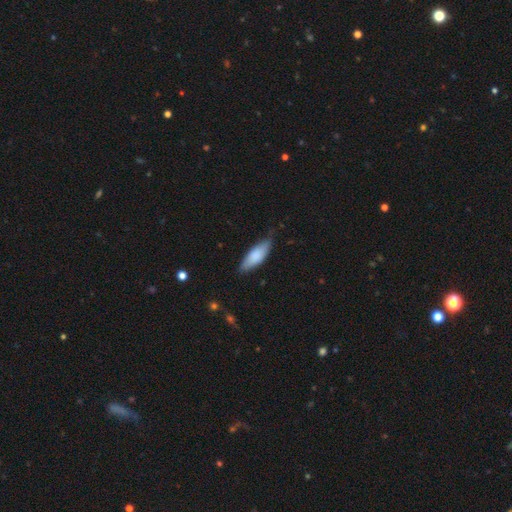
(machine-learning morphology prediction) Smooth or featured?
  - smooth: 78% *
  - featured or disk: 16%
  - star or artifact: 5%
How rounded?
  - in between: 65% *
  - cigar-shaped: 33%
  - round: 2%
Merging?
  - none: 70% *
  - minor disturbance: 25%
  - major disturbance: 4%
  - merger: 1%